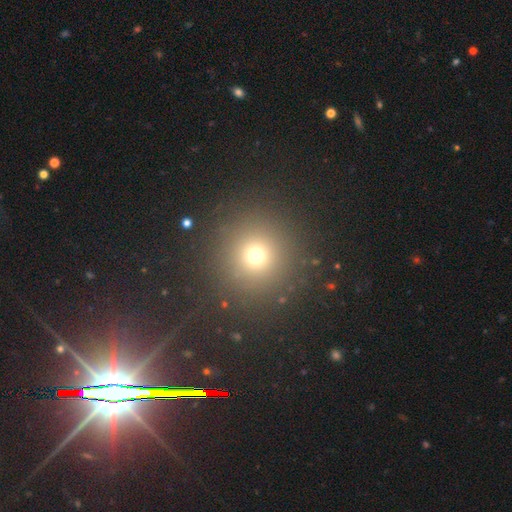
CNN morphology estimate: Q: Smooth or featured?
A: smooth (69%); runner-up: star or artifact (22%)
Q: How rounded?
A: round (95%); runner-up: in between (4%)
Q: Merging?
A: none (88%); runner-up: minor disturbance (6%)